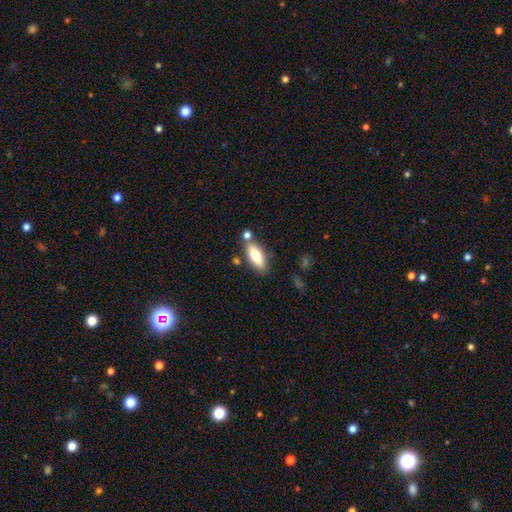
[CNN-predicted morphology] smooth-or-featured: smooth: 75% | featured or disk: 18% | star or artifact: 7%
  how-rounded: in between: 76% | cigar-shaped: 22% | round: 2%
  merging: none: 70% | minor disturbance: 14% | merger: 13% | major disturbance: 3%